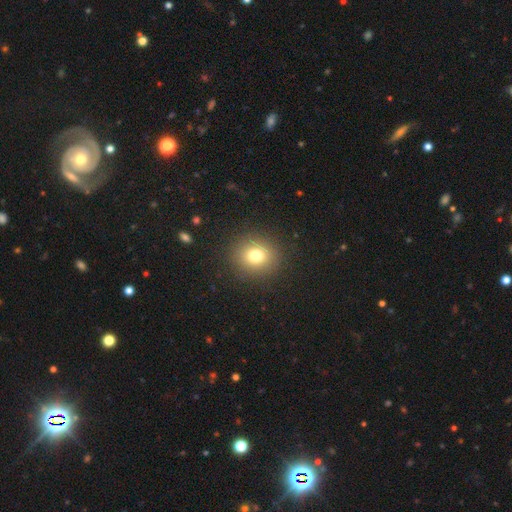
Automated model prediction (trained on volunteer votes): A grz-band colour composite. It shows a smooth galaxy with no disk features (77%) that is round (84%). Merging: none (90%).